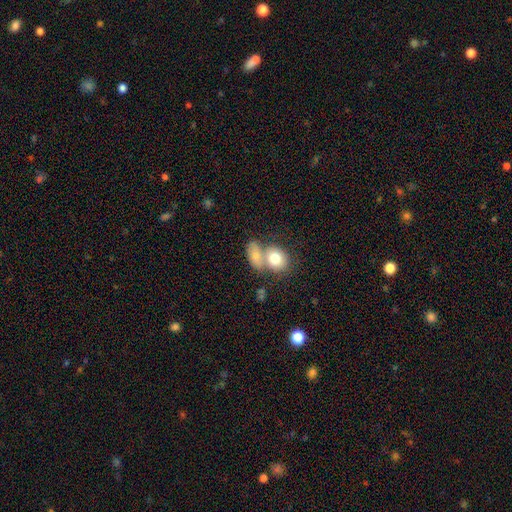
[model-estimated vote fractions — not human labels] Morphology: type=smooth (77%); roundness=in between (67%); merging=merger (58%).